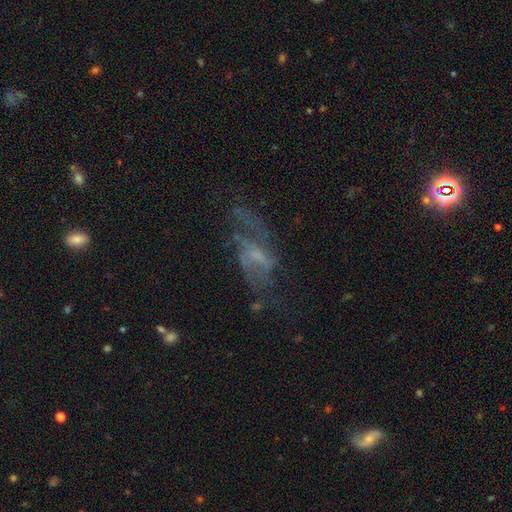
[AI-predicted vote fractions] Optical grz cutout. It shows a featured or disk galaxy (68%) with no bar (46%), spiral arms (68%) and a small central bulge (40%). Merging: none (44%).